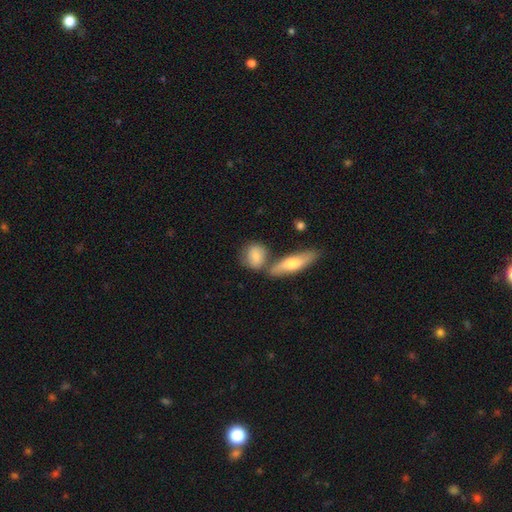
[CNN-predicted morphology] Q: Smooth or featured?
A: smooth (77%); runner-up: featured or disk (17%)
Q: How rounded?
A: in between (46%); runner-up: round (45%)
Q: Merging?
A: none (55%); runner-up: merger (26%)